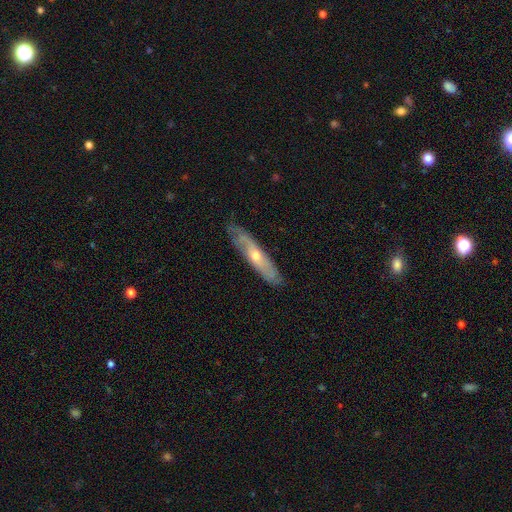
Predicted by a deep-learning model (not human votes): Overall: featured or disk (63%; smooth 31%). Edge-on disk: yes (55%; no 45%). Merging: none (78%).